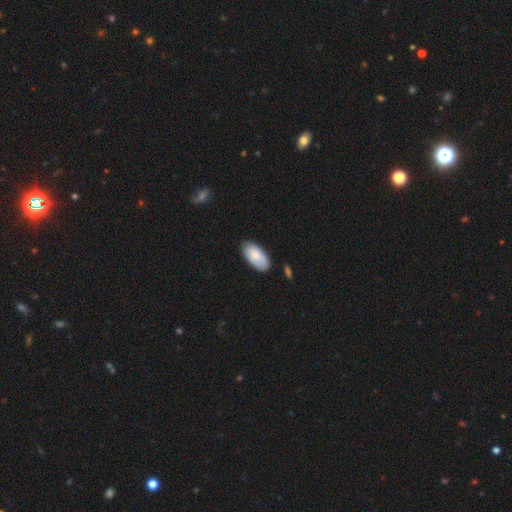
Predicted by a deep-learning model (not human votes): Overall: smooth (85%). How rounded: in between (94%). Merging: none (80%).